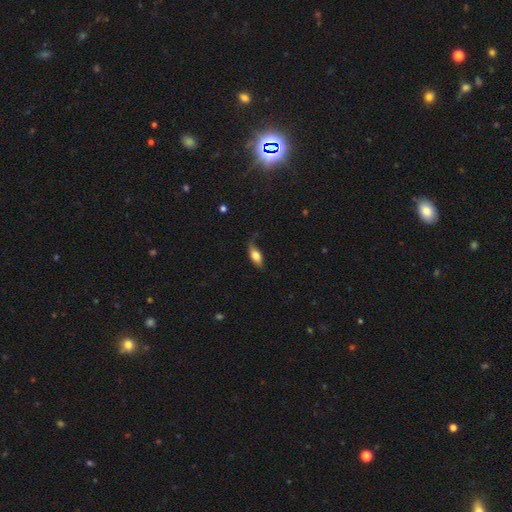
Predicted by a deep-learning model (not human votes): A smooth galaxy with no disk features (72%) that is in between round and cigar-shaped (79%).

Vote fractions:
- Smooth or featured? smooth: 72% / featured or disk: 21% / star or artifact: 7%
- How rounded? in between: 79% / cigar-shaped: 16% / round: 5%
- Merging? none: 55% / minor disturbance: 31% / major disturbance: 12% / merger: 2%